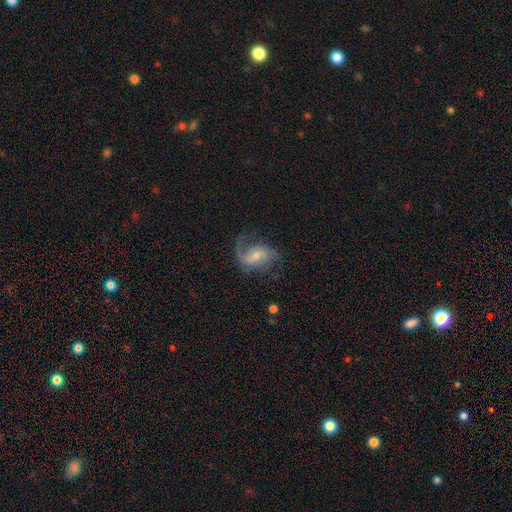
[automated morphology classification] Smooth or featured: featured or disk — 80% (smooth — 14%)
Edge-on disk: no — 97% (yes — 3%)
Bar: weak — 48% (no — 38%)
Spiral arms: yes — 93% (no — 7%)
Spiral winding: loose — 50% (medium — 39%)
Spiral arm count: 2 — 53% (1 — 34%)
Bulge size: small — 57% (moderate — 36%)
Merging: none — 55% (major disturbance — 23%)